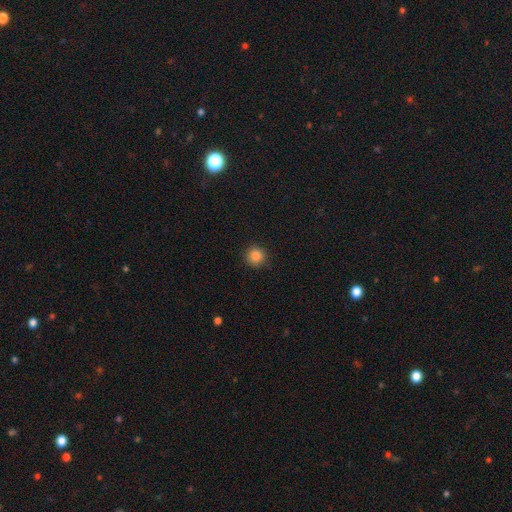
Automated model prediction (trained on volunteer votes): This is clearly a smooth galaxy (86%). How rounded: clearly round (94%). Merging: clearly none (90%).